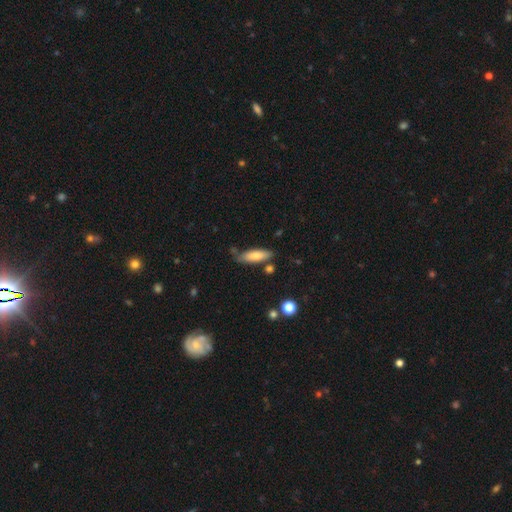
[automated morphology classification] Q: Smooth or featured?
A: smooth (76%); runner-up: featured or disk (18%)
Q: How rounded?
A: cigar-shaped (51%); runner-up: in between (47%)
Q: Merging?
A: none (72%); runner-up: minor disturbance (17%)